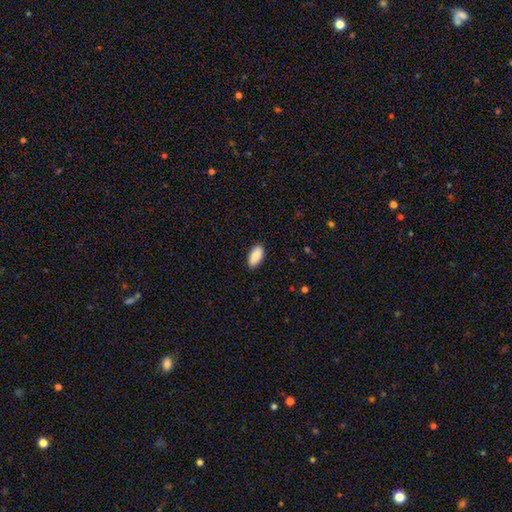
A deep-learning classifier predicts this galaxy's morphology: type=smooth (89%); roundness=in between (91%); merging=none (87%).